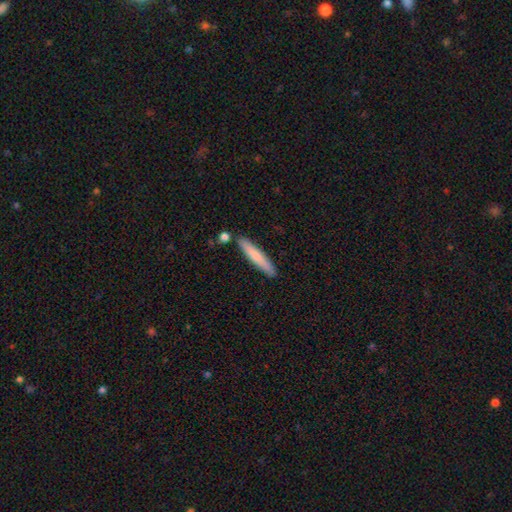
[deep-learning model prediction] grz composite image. It shows a smooth galaxy with no disk features (72%) that is cigar-shaped (92%). Merging: none (84%).